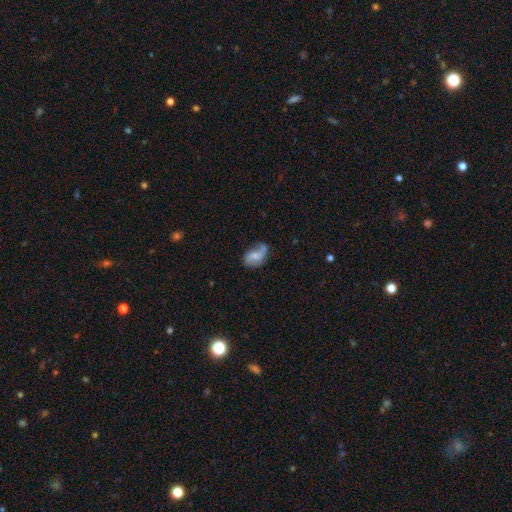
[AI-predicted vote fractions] smooth-or-featured: featured or disk: 51% | smooth: 41% | star or artifact: 8%
  disk-edge-on: no: 96% | yes: 4%
  merging: none: 48% | minor disturbance: 31% | major disturbance: 14% | merger: 8%